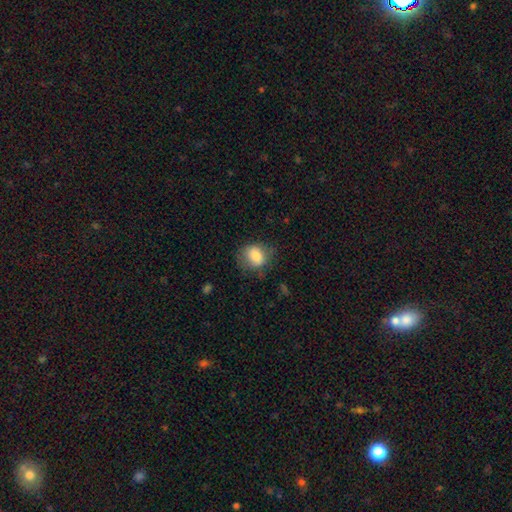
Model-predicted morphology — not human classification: This appears to be a smooth galaxy with no disk features (81%) that is round (51%). Merging: none (66%).